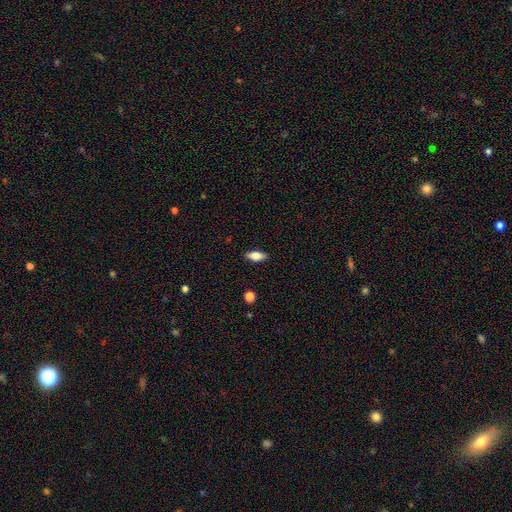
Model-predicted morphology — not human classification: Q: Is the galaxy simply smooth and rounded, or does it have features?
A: smooth — 72%.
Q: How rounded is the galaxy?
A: in between — 80%.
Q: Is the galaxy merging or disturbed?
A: none — 87%.